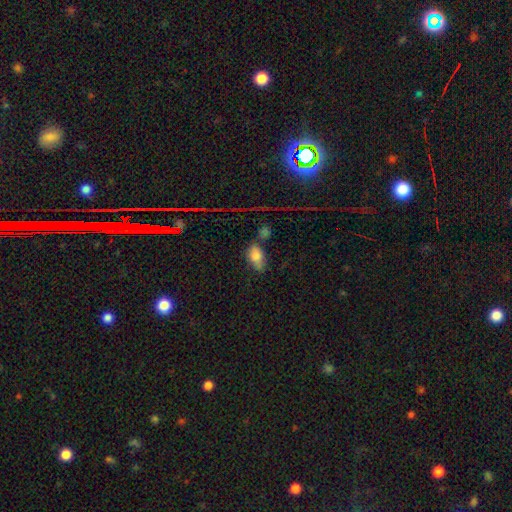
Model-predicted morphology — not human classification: type=smooth (75%); roundness=in between (88%); merging=none (57%).